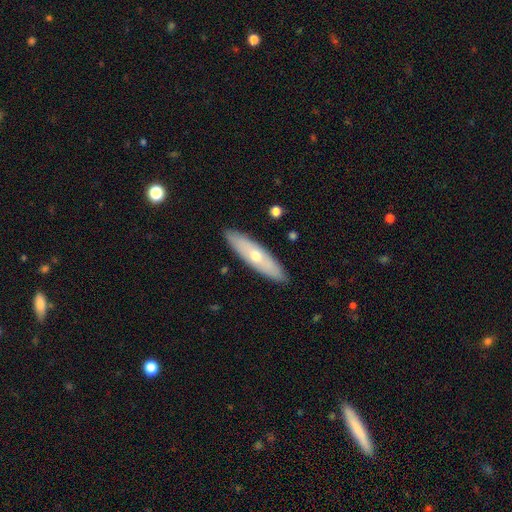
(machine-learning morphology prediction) Smooth or featured? smooth (52%)
How rounded? cigar-shaped (64%)
Merging? none (89%)